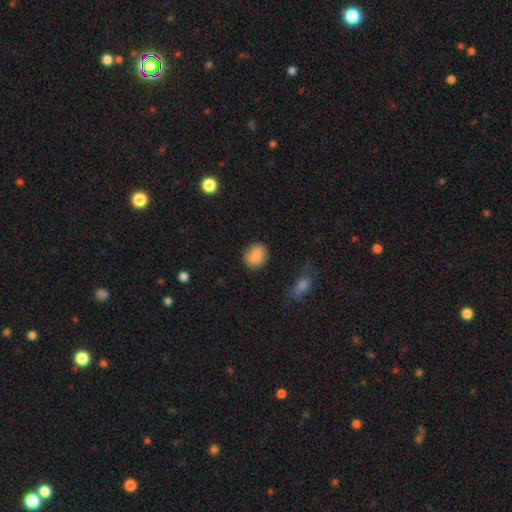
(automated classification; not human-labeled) smooth_or_featured: smooth (p=0.82) [alt: featured or disk p=0.11]
how_rounded: round (p=0.71) [alt: in between p=0.28]
merging: none (p=0.82) [alt: minor disturbance p=0.12]